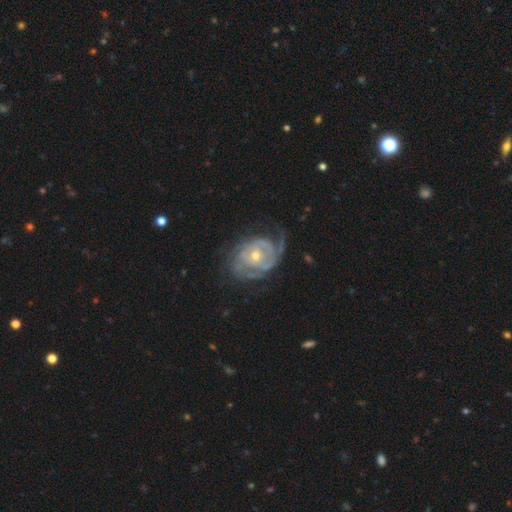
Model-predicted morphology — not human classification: type=featured or disk (87%); edge-on=no (97%); bar=no (68%); spiral arms=yes (92%); winding=tight (65%); arm count=2 (33%); bulge=moderate (51%); merging=none (58%).